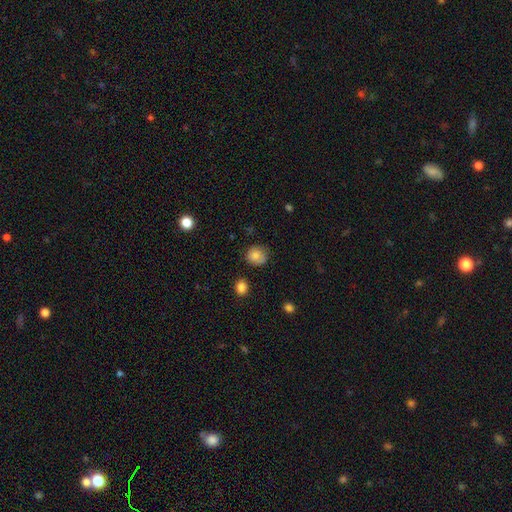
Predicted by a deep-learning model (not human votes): smooth_or_featured: smooth (p=0.83) [alt: star or artifact p=0.10]
how_rounded: round (p=0.82) [alt: in between p=0.17]
merging: none (p=0.70) [alt: minor disturbance p=0.21]